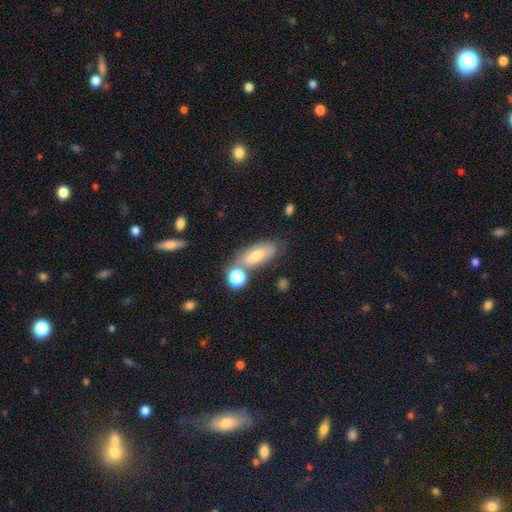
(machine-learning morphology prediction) Q: Smooth or featured?
A: smooth (64%); runner-up: featured or disk (26%)
Q: How rounded?
A: in between (72%); runner-up: cigar-shaped (23%)
Q: Merging?
A: none (61%); runner-up: merger (17%)